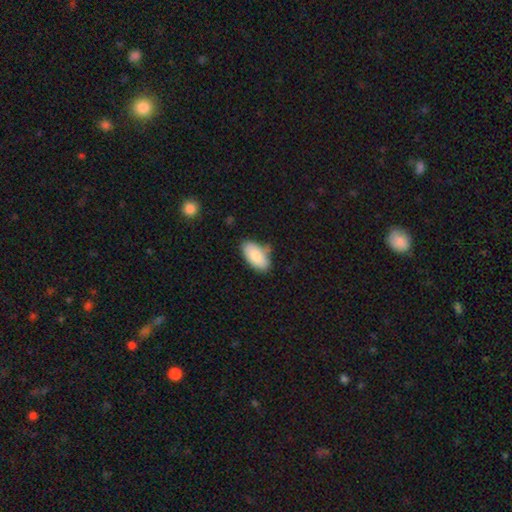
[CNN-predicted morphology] Smooth or featured?
  - smooth: 83% *
  - featured or disk: 11%
  - star or artifact: 6%
How rounded?
  - in between: 94% *
  - cigar-shaped: 3%
  - round: 3%
Merging?
  - none: 71% *
  - minor disturbance: 20%
  - merger: 5%
  - major disturbance: 4%